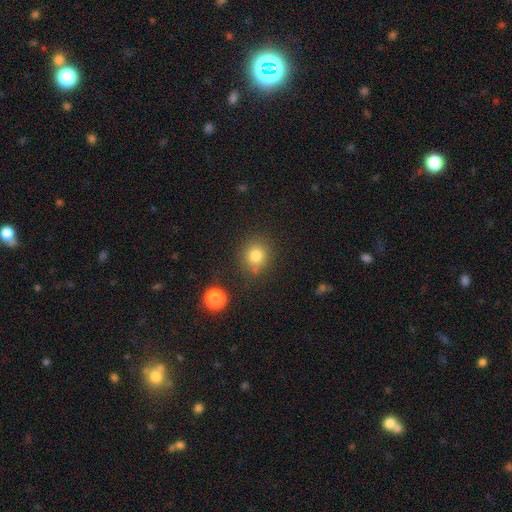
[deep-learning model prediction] Q: Smooth or featured?
A: smooth (81%); runner-up: star or artifact (12%)
Q: How rounded?
A: round (83%); runner-up: in between (16%)
Q: Merging?
A: none (79%); runner-up: minor disturbance (11%)